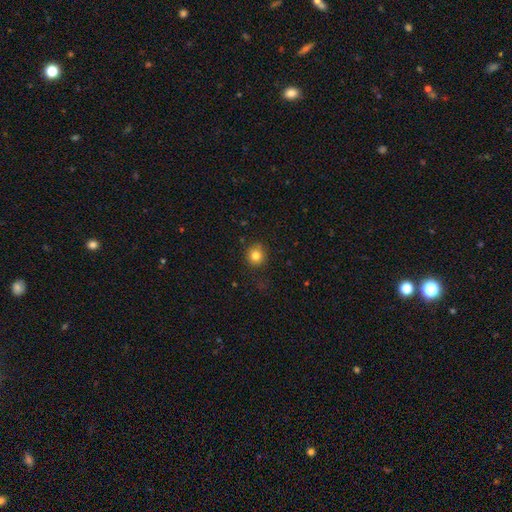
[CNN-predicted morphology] type=smooth (81%); roundness=round (87%); merging=none (84%).